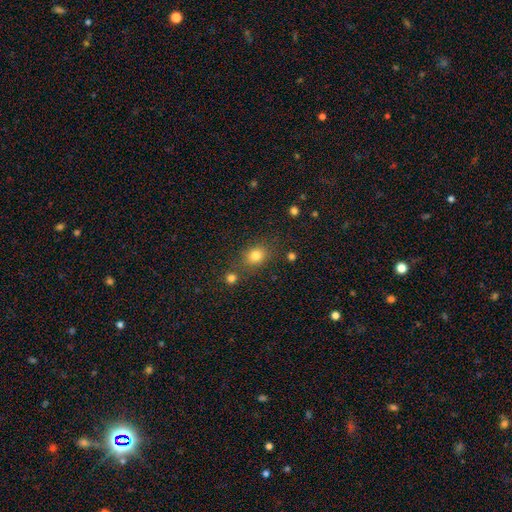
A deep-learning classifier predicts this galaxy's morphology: Smooth or featured?
  - smooth: 80% *
  - star or artifact: 13%
  - featured or disk: 7%
How rounded?
  - round: 53% *
  - in between: 45%
  - cigar-shaped: 1%
Merging?
  - none: 73% *
  - minor disturbance: 12%
  - merger: 10%
  - major disturbance: 4%